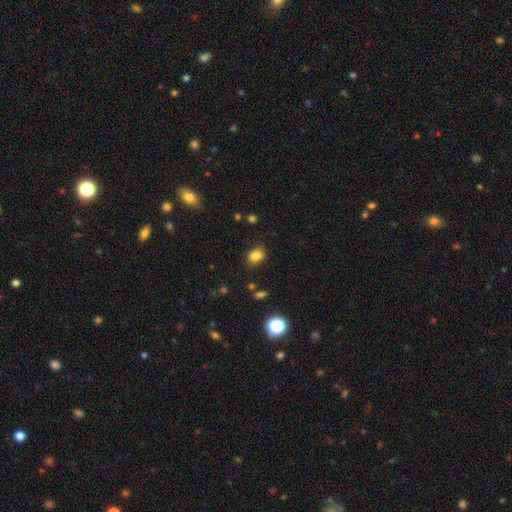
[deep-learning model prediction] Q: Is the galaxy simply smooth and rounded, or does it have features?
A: smooth — 83%.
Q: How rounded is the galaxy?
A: in between — 60%.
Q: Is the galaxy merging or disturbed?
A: none — 83%.